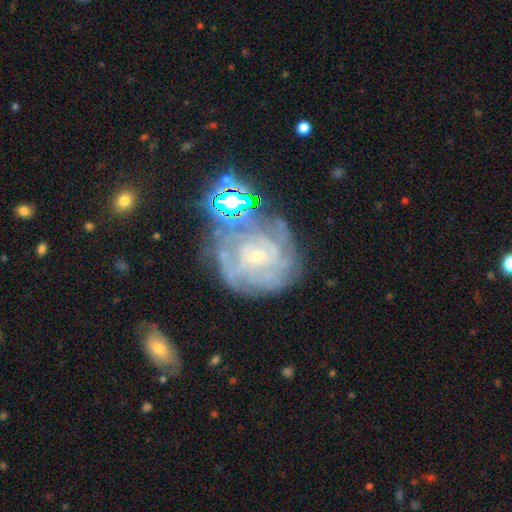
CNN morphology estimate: smooth_or_featured: featured or disk (p=0.75) [alt: smooth p=0.13]
disk_edge_on: no (p=0.97) [alt: yes p=0.03]
bar: no (p=0.58) [alt: weak p=0.34]
has_spiral_arms: yes (p=0.86) [alt: no p=0.14]
spiral_winding: tight (p=0.67) [alt: medium p=0.25]
spiral_arm_count: can't tell (p=0.49) [alt: 4 p=0.15]
bulge_size: small (p=0.76) [alt: moderate p=0.16]
merging: none (p=0.61) [alt: minor disturbance p=0.18]